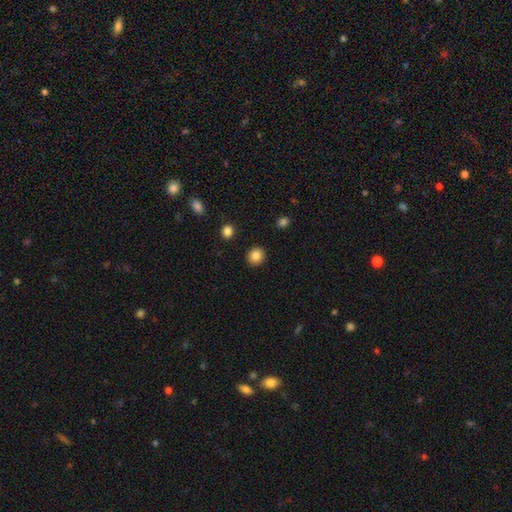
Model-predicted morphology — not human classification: Overall: smooth (85%). How rounded: round (86%). Merging: none (91%).